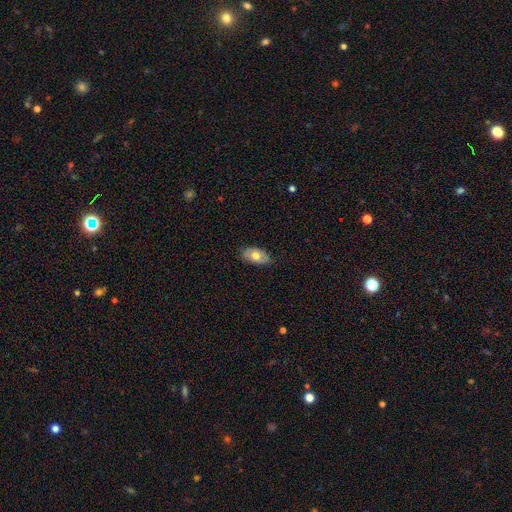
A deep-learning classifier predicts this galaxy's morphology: A smooth galaxy with no disk features (67%) that is in between round and cigar-shaped (93%).

Vote fractions:
- Smooth or featured? smooth: 67% / featured or disk: 27% / star or artifact: 7%
- How rounded? in between: 93% / round: 5% / cigar-shaped: 2%
- Merging? none: 77% / minor disturbance: 19% / major disturbance: 3% / merger: 1%